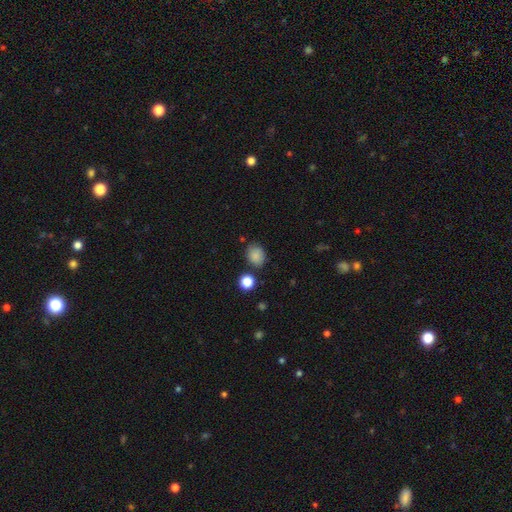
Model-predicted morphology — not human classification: Q: Smooth or featured?
A: smooth (83%); runner-up: star or artifact (11%)
Q: How rounded?
A: round (52%); runner-up: in between (47%)
Q: Merging?
A: none (76%); runner-up: minor disturbance (16%)